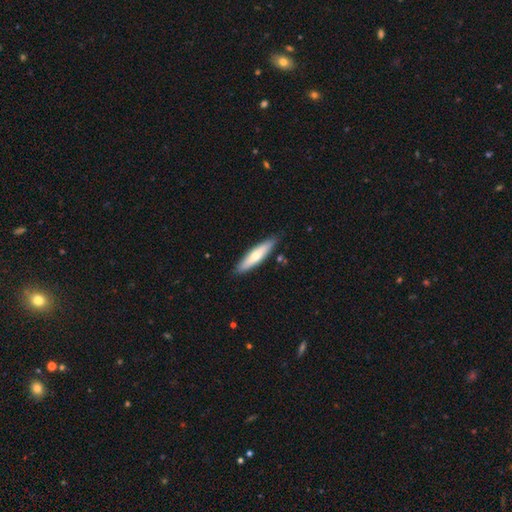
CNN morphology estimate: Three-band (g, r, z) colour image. It shows a smooth galaxy with no disk features (61%) that is cigar-shaped (78%). Merging: none (86%).